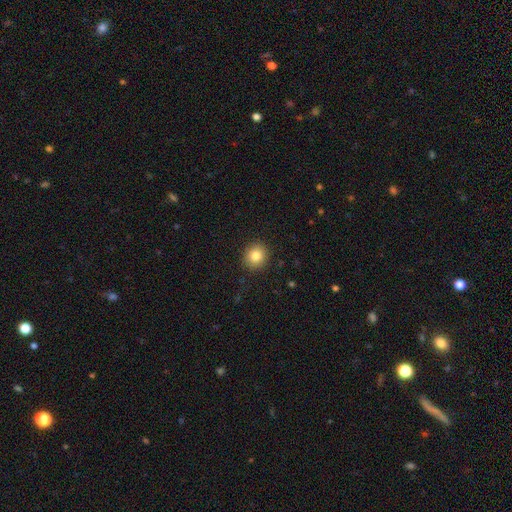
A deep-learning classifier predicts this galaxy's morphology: A smooth galaxy with no disk features (84%) that is round (85%).

Vote fractions:
- Smooth or featured? smooth: 84% / star or artifact: 10% / featured or disk: 7%
- How rounded? round: 85% / in between: 14% / cigar-shaped: 1%
- Merging? none: 91% / minor disturbance: 7% / major disturbance: 2% / merger: 1%